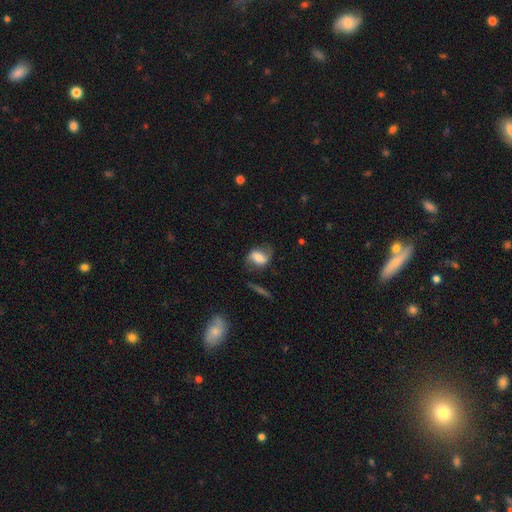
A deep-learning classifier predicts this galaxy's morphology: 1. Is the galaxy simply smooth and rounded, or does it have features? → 46% smooth, 45% featured or disk, 9% star or artifact.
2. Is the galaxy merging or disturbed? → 61% none, 24% minor disturbance, 12% major disturbance, 3% merger.